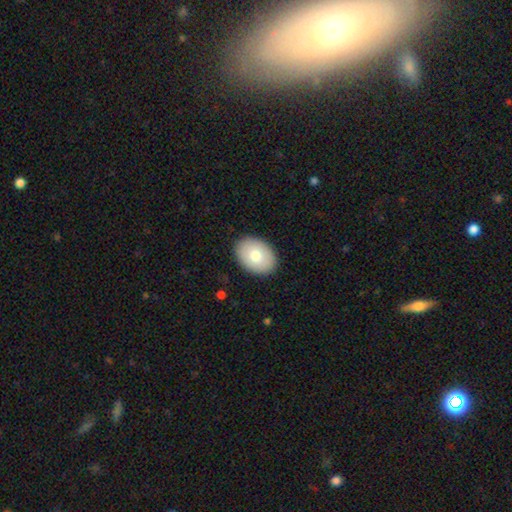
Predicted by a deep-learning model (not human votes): Overall: smooth (78%). How rounded: in between (80%). Merging: none (89%).